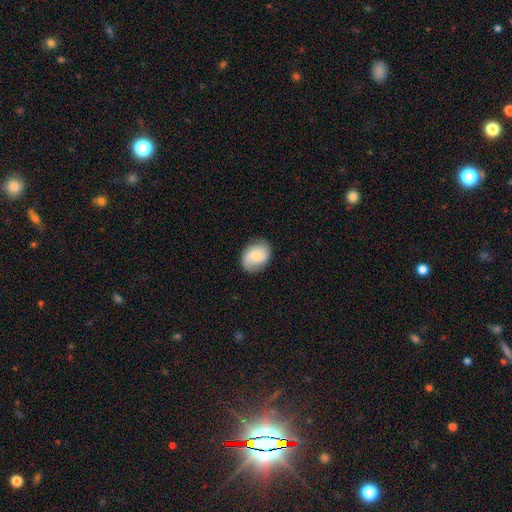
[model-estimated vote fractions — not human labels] Smooth or featured?
  - smooth: 63% *
  - featured or disk: 30%
  - star or artifact: 7%
How rounded?
  - in between: 61% *
  - round: 38%
  - cigar-shaped: 1%
Merging?
  - none: 80% *
  - minor disturbance: 15%
  - major disturbance: 4%
  - merger: 1%